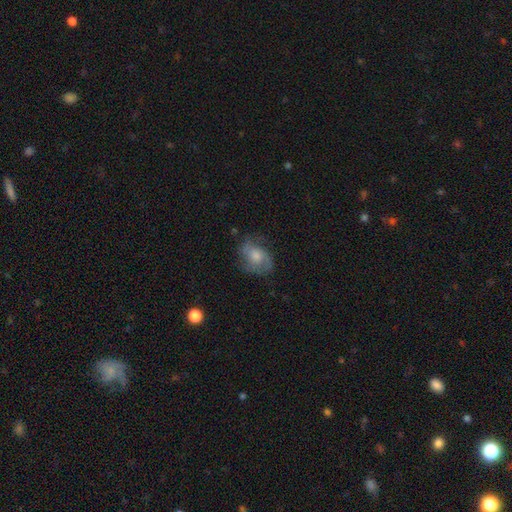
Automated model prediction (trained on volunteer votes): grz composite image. It shows a featured or disk galaxy (50%). Merging: none (59%).